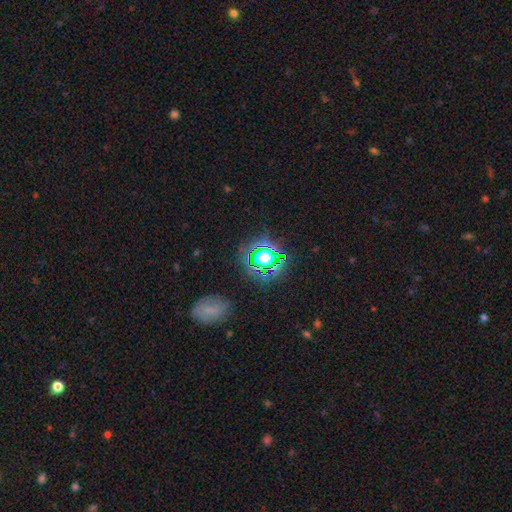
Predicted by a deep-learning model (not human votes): Overall: star or artifact (72%).